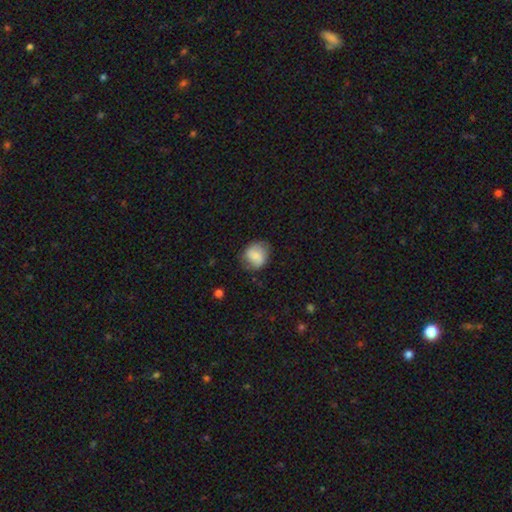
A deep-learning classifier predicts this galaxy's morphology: Smooth or featured: smooth — 64% (featured or disk — 29%)
How rounded: round — 74% (in between — 25%)
Merging: none — 69% (minor disturbance — 23%)